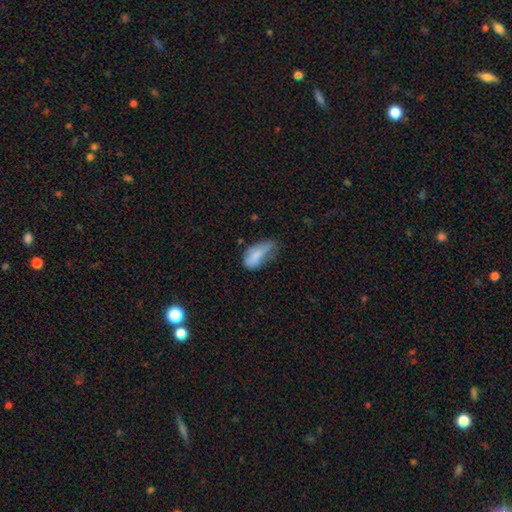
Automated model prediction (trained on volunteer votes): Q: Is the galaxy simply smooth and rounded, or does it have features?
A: smooth — 72%.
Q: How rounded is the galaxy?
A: in between — 86%.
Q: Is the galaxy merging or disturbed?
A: minor disturbance — 37%.